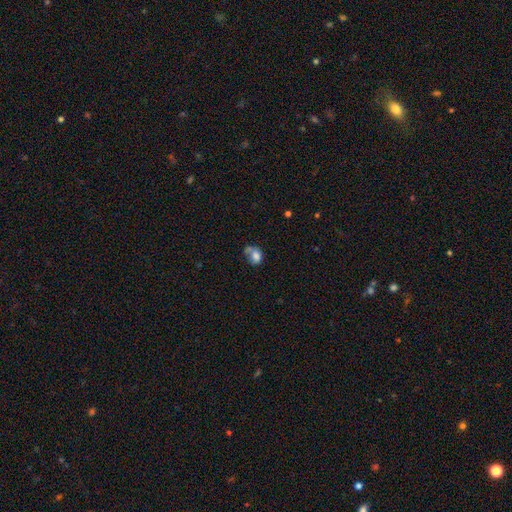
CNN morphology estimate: Smooth or featured: smooth — 73% (featured or disk — 16%)
How rounded: in between — 60% (round — 39%)
Merging: none — 31% (merger — 27%)